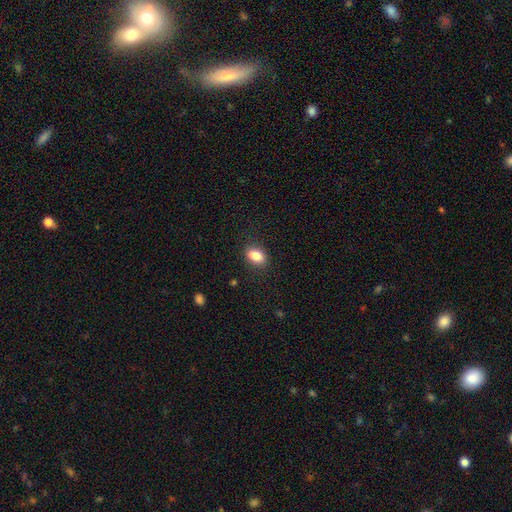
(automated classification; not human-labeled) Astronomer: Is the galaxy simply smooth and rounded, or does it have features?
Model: smooth — 84%.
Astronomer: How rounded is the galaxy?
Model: in between — 83%.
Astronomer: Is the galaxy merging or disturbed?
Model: none — 79%.